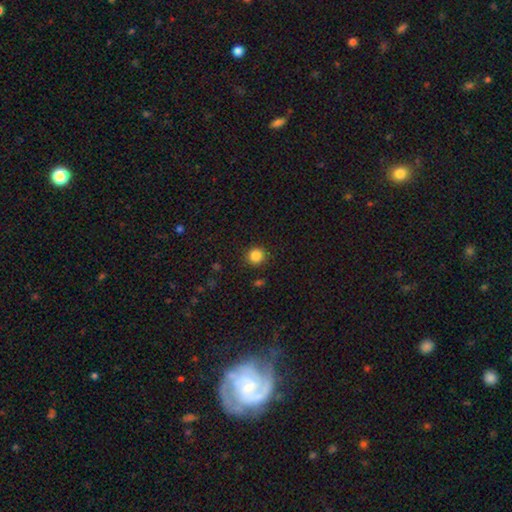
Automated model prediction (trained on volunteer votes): Smooth or featured? Predicted: smooth (p=0.86). How rounded? Predicted: round (p=0.93). Merging? Predicted: none (p=0.89).